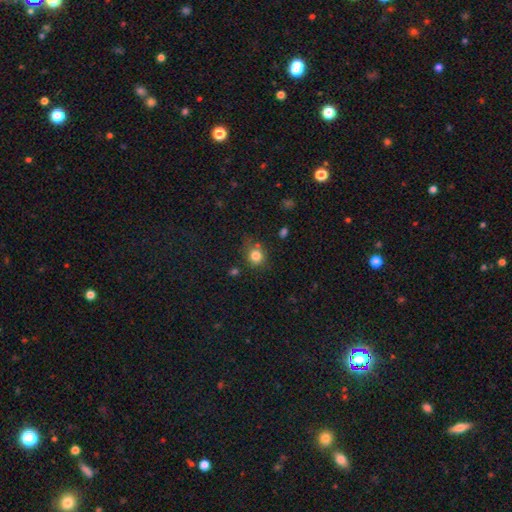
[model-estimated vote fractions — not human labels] smooth-or-featured: smooth: 81% | star or artifact: 12% | featured or disk: 7%
  how-rounded: round: 80% | in between: 19% | cigar-shaped: 1%
  merging: none: 67% | minor disturbance: 20% | merger: 7% | major disturbance: 6%